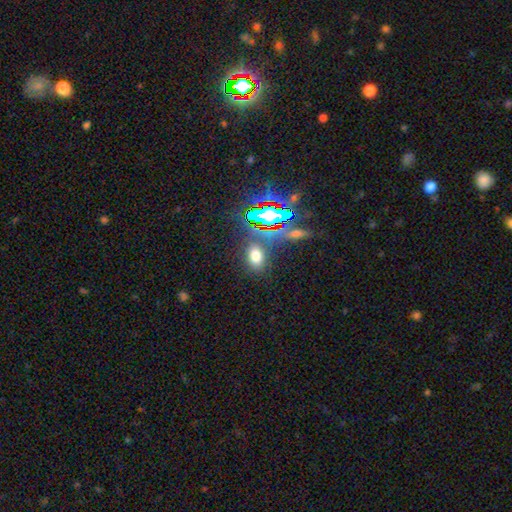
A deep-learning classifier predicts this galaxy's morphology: Smooth or featured: smooth — 66% (star or artifact — 25%)
How rounded: in between — 81% (round — 16%)
Merging: none — 78% (minor disturbance — 11%)